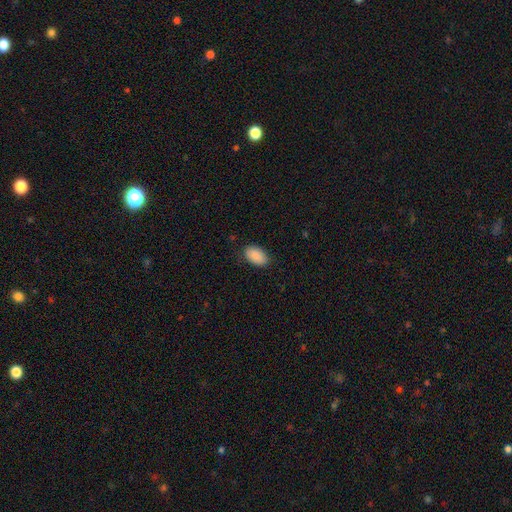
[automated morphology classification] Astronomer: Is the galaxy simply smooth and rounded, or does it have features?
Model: smooth — 88%.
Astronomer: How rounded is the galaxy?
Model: in between — 94%.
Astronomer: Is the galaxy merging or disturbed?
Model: none — 85%.